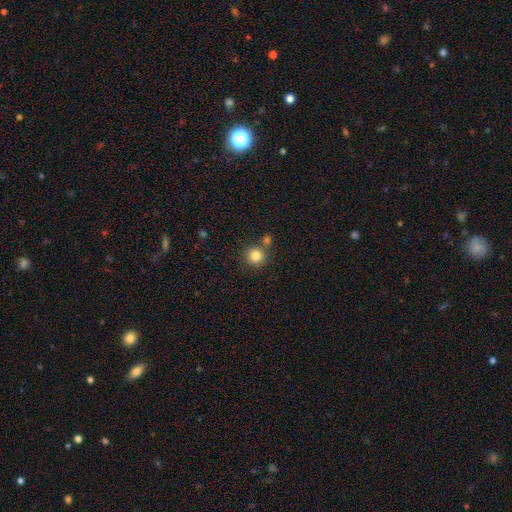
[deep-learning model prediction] This is clearly a smooth galaxy (83%). How rounded: clearly round (94%). Merging: likely none (74%).